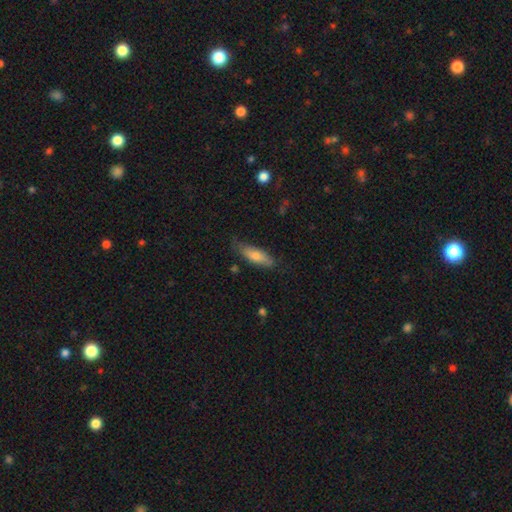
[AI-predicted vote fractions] A smooth galaxy with no disk features (64%) that is cigar-shaped (60%). Merging: none (75%).